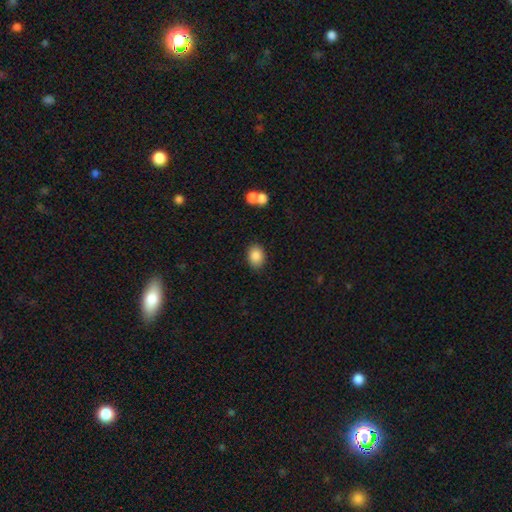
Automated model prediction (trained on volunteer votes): A smooth galaxy with no disk features (87%) that is in between round and cigar-shaped (70%). Merging: none (85%).